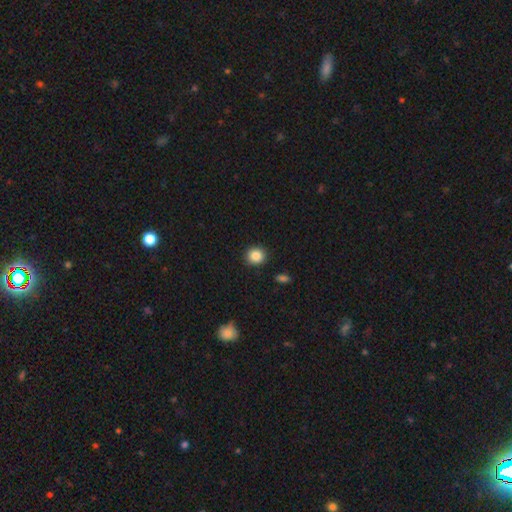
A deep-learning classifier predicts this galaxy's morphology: Q: Smooth or featured?
A: smooth (86%); runner-up: star or artifact (10%)
Q: How rounded?
A: round (88%); runner-up: in between (11%)
Q: Merging?
A: none (91%); runner-up: minor disturbance (6%)